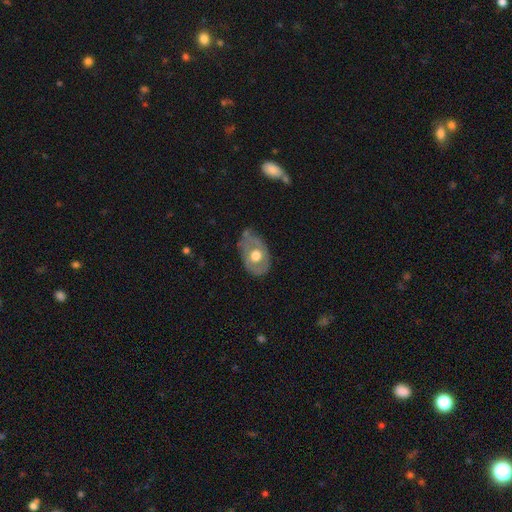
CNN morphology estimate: A featured or disk galaxy (53%). Merging: none (57%).